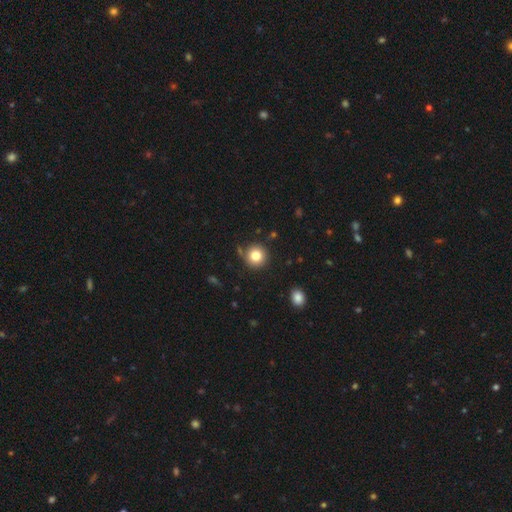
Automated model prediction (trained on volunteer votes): This is clearly a smooth galaxy (81%). How rounded: clearly round (94%). Merging: clearly none (85%).